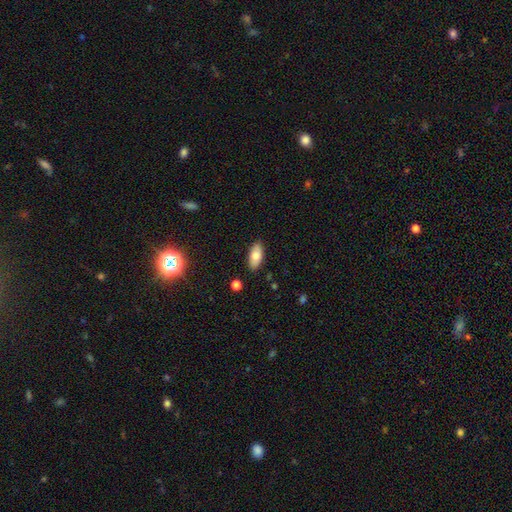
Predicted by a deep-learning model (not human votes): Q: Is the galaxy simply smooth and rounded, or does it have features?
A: smooth — 78%.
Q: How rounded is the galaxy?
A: in between — 89%.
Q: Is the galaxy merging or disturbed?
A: none — 87%.